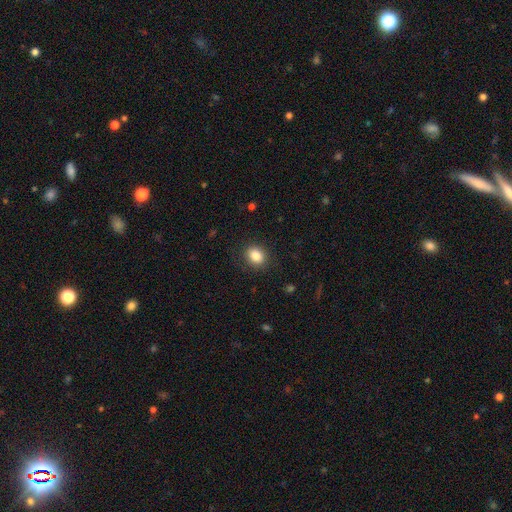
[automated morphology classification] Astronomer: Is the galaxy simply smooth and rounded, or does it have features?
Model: smooth — 86%.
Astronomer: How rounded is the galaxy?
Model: round — 61% (runner-up: in between, 38%).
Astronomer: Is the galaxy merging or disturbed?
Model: none — 89%.